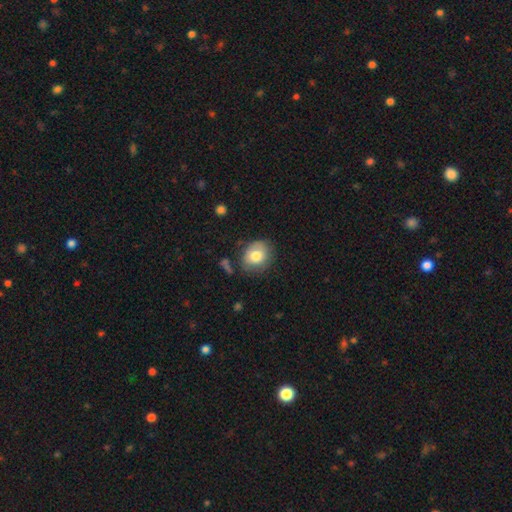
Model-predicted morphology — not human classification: Smooth or featured? smooth (77%)
How rounded? round (63%)
Merging? none (69%)